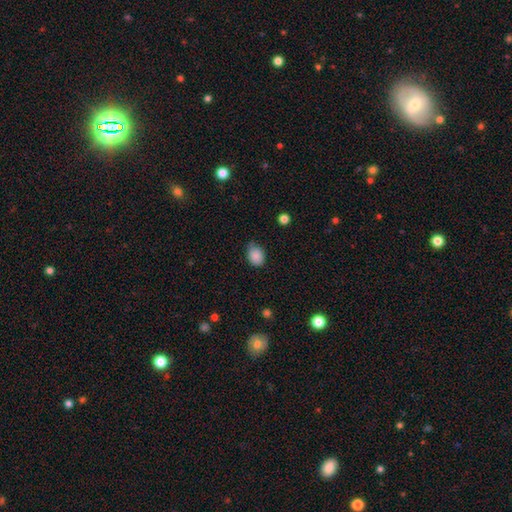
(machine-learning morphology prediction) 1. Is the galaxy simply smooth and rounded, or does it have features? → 86% smooth, 9% star or artifact, 5% featured or disk.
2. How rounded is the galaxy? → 55% in between, 44% round, 1% cigar-shaped.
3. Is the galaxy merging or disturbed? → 62% none, 31% minor disturbance, 5% major disturbance, 2% merger.